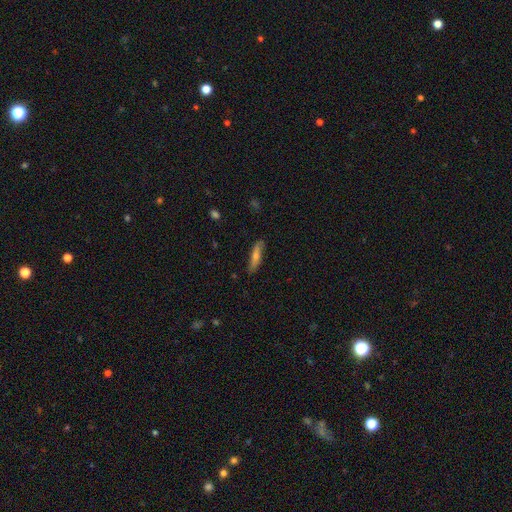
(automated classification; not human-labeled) The model was most divided on "smooth or featured": smooth: 55%, featured or disk: 38%, star or artifact: 7%. More confident: merging — none (83%); how rounded — cigar-shaped (79%).